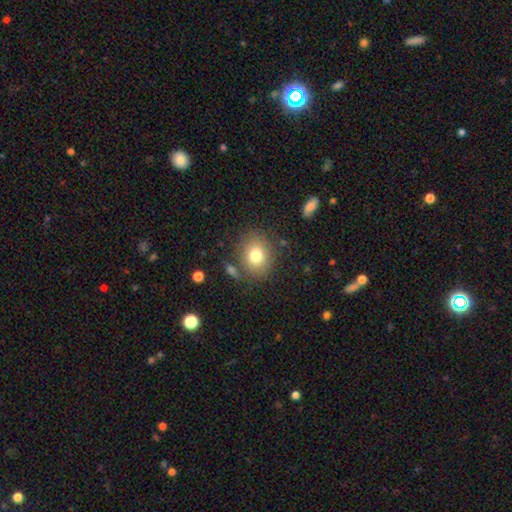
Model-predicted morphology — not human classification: smooth-or-featured: smooth: 78% | featured or disk: 12% | star or artifact: 11%
  how-rounded: round: 64% | in between: 36% | cigar-shaped: 1%
  merging: none: 79% | minor disturbance: 12% | merger: 5% | major disturbance: 4%